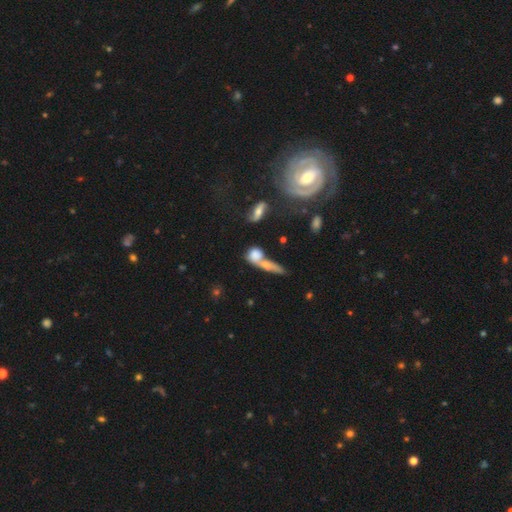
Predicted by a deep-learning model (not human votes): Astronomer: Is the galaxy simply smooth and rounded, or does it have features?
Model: smooth — 65%.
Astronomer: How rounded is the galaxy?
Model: round — 41% (runner-up: in between, 35%).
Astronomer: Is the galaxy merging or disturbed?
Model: merger — 55%.